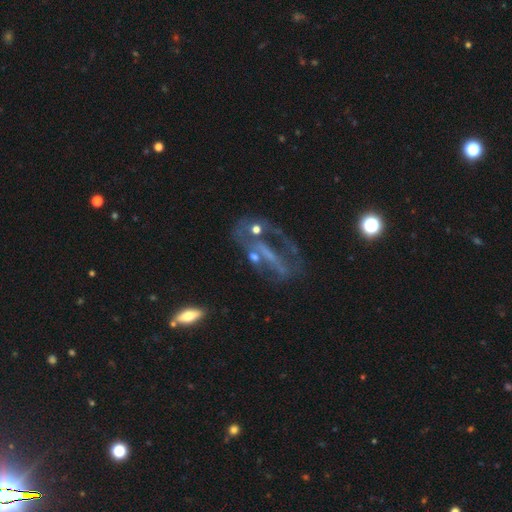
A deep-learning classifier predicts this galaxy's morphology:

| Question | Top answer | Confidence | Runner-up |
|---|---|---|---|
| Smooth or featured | featured or disk | 70% | smooth (16%) |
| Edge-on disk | no | 86% | yes (14%) |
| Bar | no | 41% | strong (32%) |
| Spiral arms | no | 52% | yes (48%) |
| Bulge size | none | 41% | small (36%) |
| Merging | major disturbance | 38% | none (33%) |